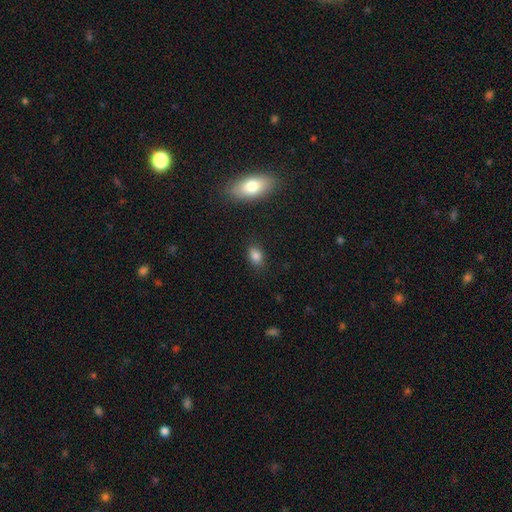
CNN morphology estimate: Overall: smooth (81%). How rounded: in between (80%). Merging: none (85%).